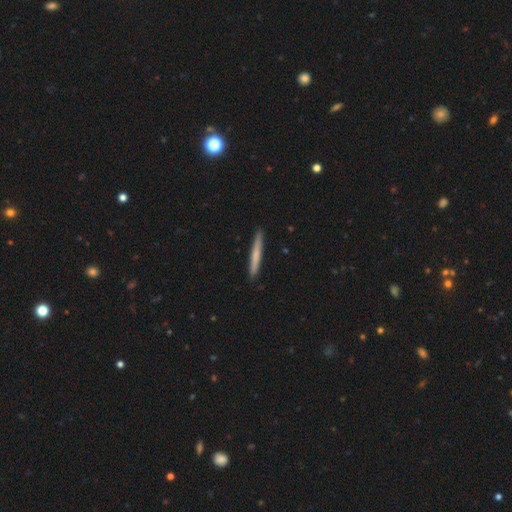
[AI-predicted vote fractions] This appears to be a smooth galaxy with no disk features (65%) that is cigar-shaped (97%). Merging: none (92%).